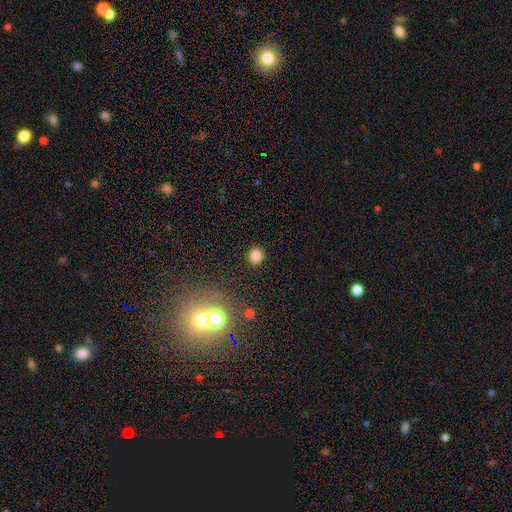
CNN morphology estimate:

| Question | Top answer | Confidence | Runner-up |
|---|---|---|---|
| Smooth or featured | smooth | 83% | star or artifact (13%) |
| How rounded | round | 90% | in between (9%) |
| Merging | none | 90% | minor disturbance (6%) |